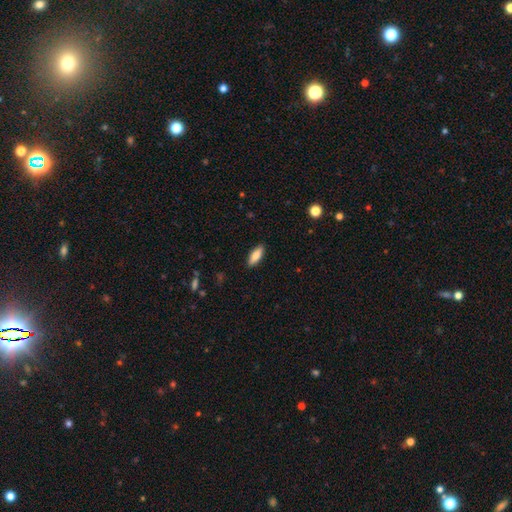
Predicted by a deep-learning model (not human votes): Overall: smooth (84%). How rounded: in between (70%). Merging: none (89%).